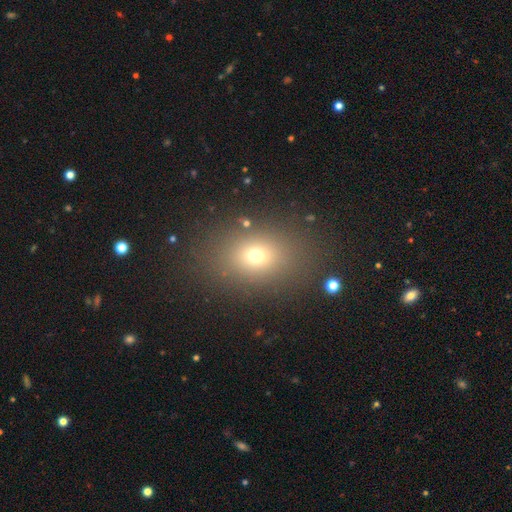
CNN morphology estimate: smooth-or-featured: smooth: 68% | star or artifact: 20% | featured or disk: 12%
  how-rounded: in between: 60% | round: 39% | cigar-shaped: 1%
  merging: none: 82% | minor disturbance: 10% | major disturbance: 6% | merger: 2%